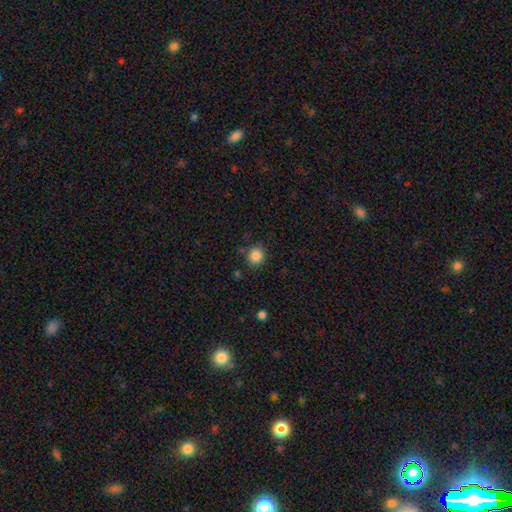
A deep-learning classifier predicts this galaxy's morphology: This is clearly a smooth galaxy (86%). How rounded: clearly round (83%). Merging: clearly none (84%).